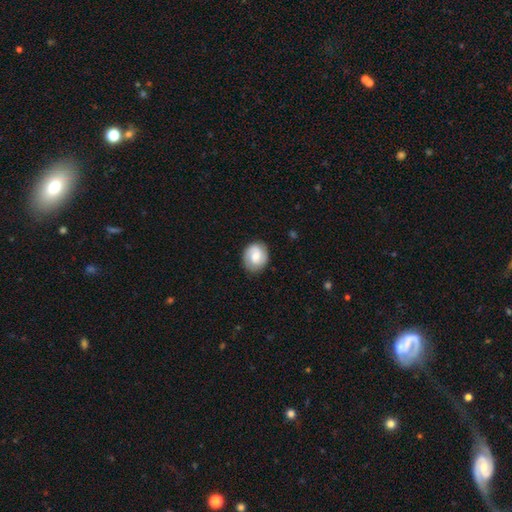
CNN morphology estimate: A featured or disk galaxy (51%) with no bar (49%), spiral arms (87%) and a moderate central bulge (58%). Merging: none (84%).